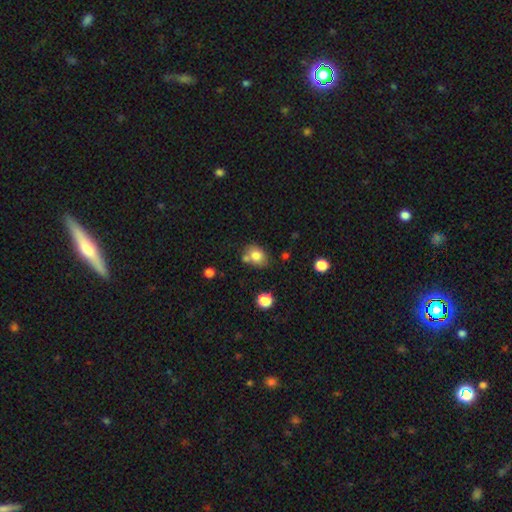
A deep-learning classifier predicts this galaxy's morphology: Q: Smooth or featured?
A: smooth (79%); runner-up: featured or disk (11%)
Q: How rounded?
A: in between (54%); runner-up: round (45%)
Q: Merging?
A: none (59%); runner-up: merger (21%)